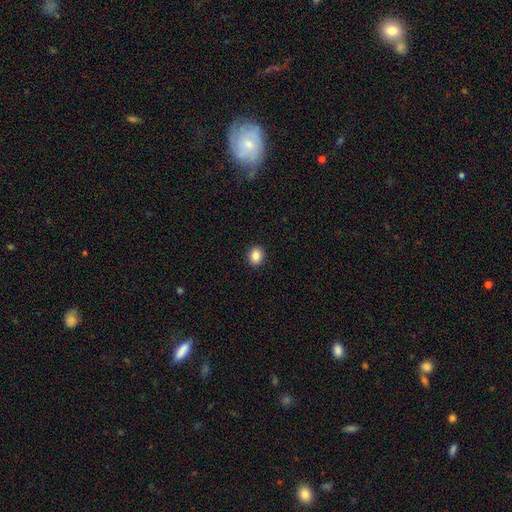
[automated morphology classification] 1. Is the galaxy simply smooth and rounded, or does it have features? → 87% smooth, 9% star or artifact, 4% featured or disk.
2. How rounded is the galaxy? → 68% round, 32% in between, 1% cigar-shaped.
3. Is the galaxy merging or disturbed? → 91% none, 6% minor disturbance, 2% major disturbance, 1% merger.